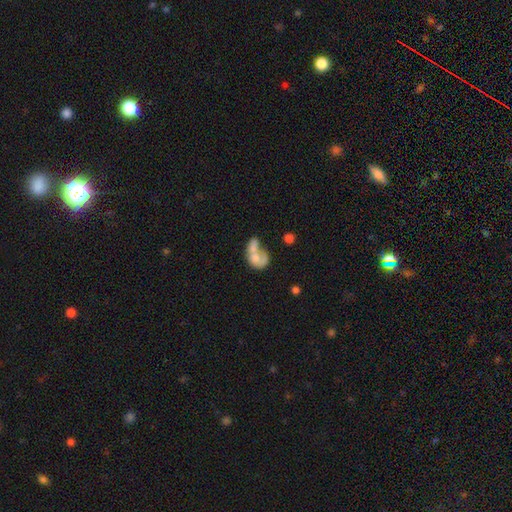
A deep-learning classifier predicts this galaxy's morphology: Overall: smooth (50%; featured or disk 42%). How rounded: in between (68%; round 31%). Merging: merger (64%).